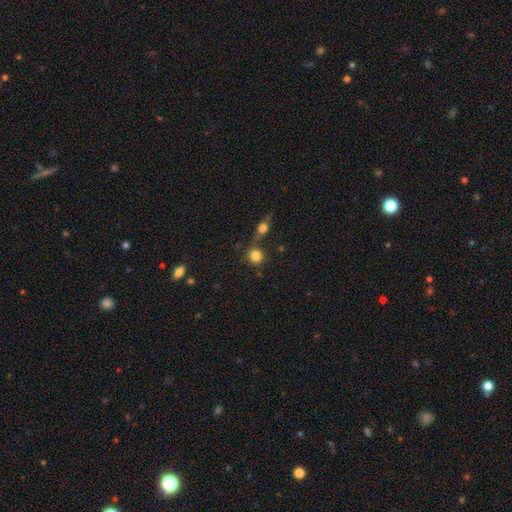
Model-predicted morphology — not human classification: This appears to be a smooth galaxy with no disk features (82%) that is round (89%). Merging: none (66%).